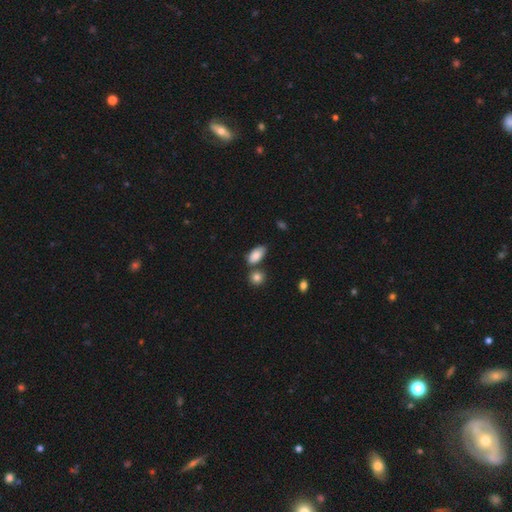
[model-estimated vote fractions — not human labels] Q: Smooth or featured?
A: smooth (85%); runner-up: featured or disk (8%)
Q: How rounded?
A: in between (91%); runner-up: cigar-shaped (5%)
Q: Merging?
A: none (63%); runner-up: minor disturbance (18%)